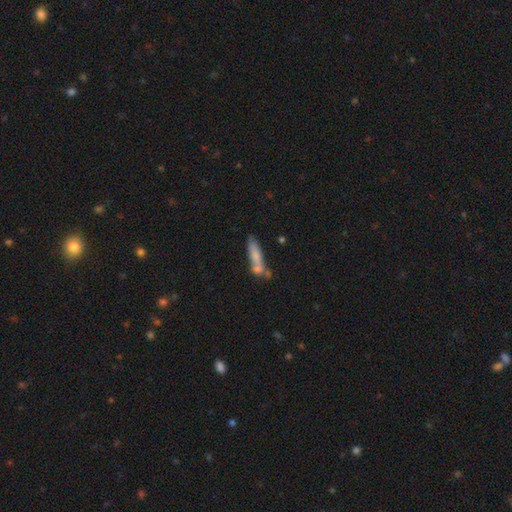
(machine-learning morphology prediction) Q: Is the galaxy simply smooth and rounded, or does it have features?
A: smooth — 71%.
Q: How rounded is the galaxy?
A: cigar-shaped — 73%.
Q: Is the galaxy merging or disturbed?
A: none — 42%.